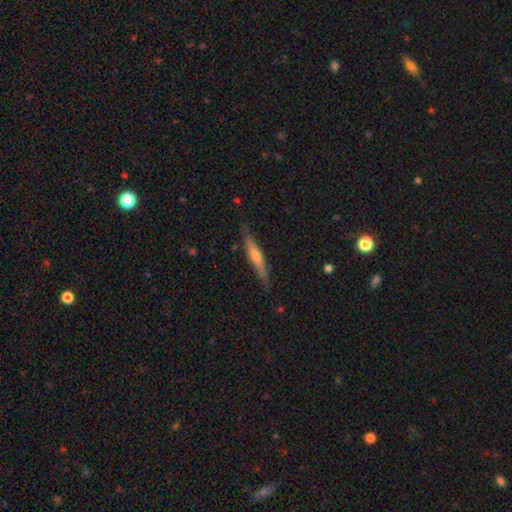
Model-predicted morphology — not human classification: Smooth or featured? featured or disk (52%)
Edge-on disk? yes (95%)
Merging? none (84%)